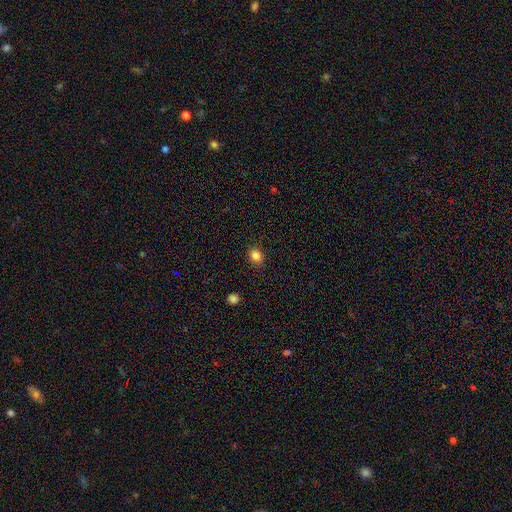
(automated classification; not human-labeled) A smooth galaxy with no disk features (85%) that is round (56%). Merging: none (88%).